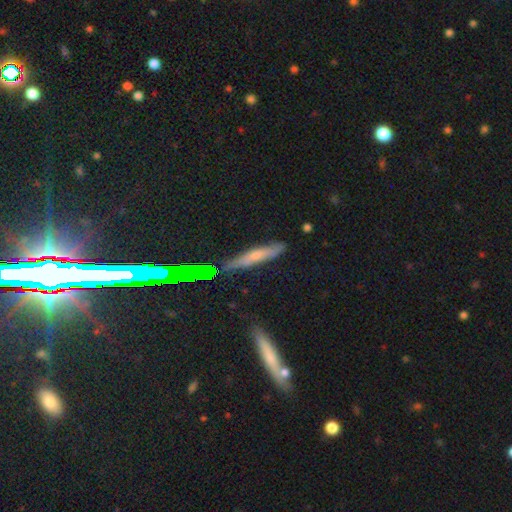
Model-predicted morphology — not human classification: This appears to be a smooth galaxy with no disk features (54%) that is cigar-shaped (87%). Merging: none (69%).